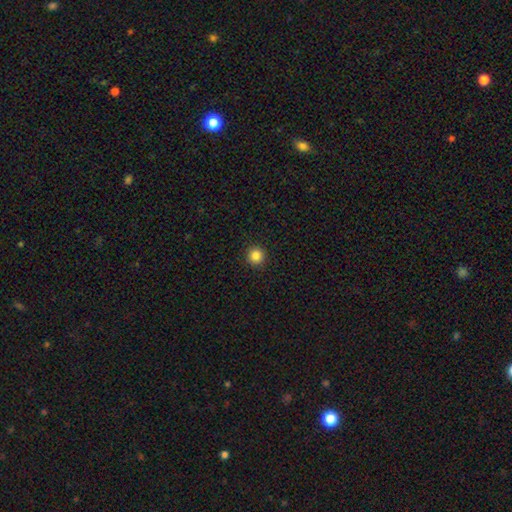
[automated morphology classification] The model was most divided on "smooth or featured": smooth: 85%, star or artifact: 11%, featured or disk: 4%. More confident: how rounded — round (95%); merging — none (93%).